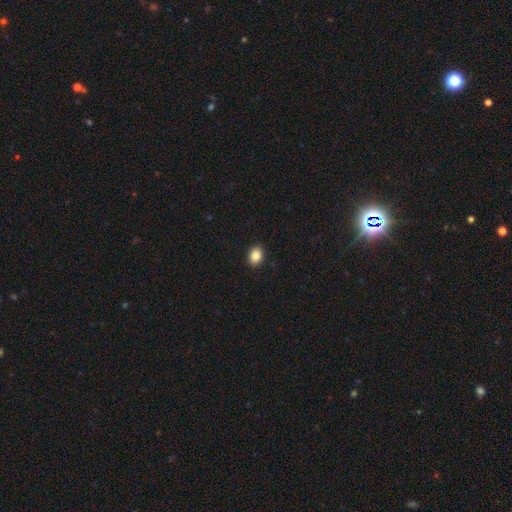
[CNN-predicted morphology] A smooth galaxy with no disk features (85%) that is in between round and cigar-shaped (63%).

Vote fractions:
- Smooth or featured? smooth: 85% / star or artifact: 9% / featured or disk: 6%
- How rounded? in between: 63% / round: 36% / cigar-shaped: 1%
- Merging? none: 91% / minor disturbance: 6% / major disturbance: 2% / merger: 1%